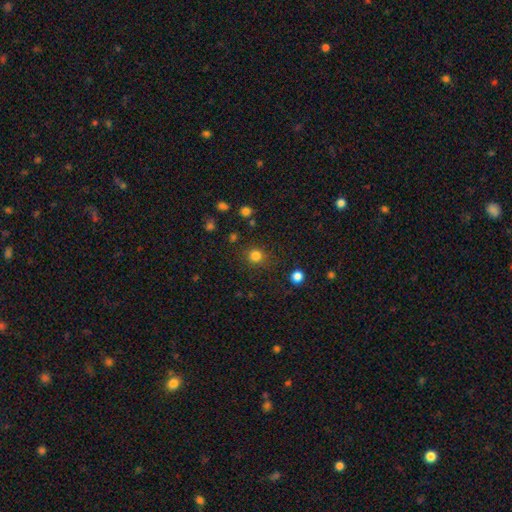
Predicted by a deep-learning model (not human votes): The model was most divided on "smooth or featured": smooth: 81%, star or artifact: 15%, featured or disk: 5%. More confident: how rounded — round (88%); merging — none (85%).